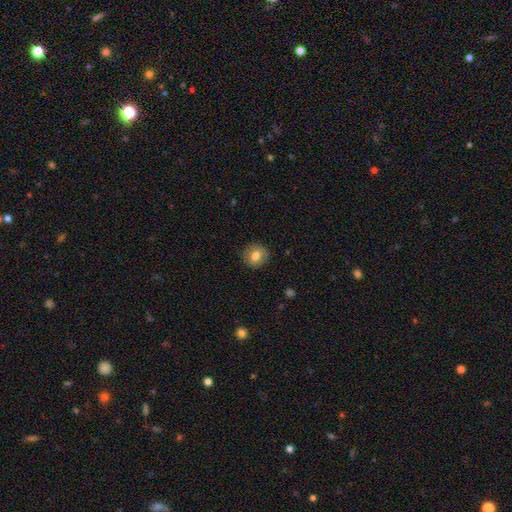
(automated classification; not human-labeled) Q: Smooth or featured?
A: smooth (76%); runner-up: featured or disk (16%)
Q: How rounded?
A: round (84%); runner-up: in between (15%)
Q: Merging?
A: none (86%); runner-up: minor disturbance (10%)